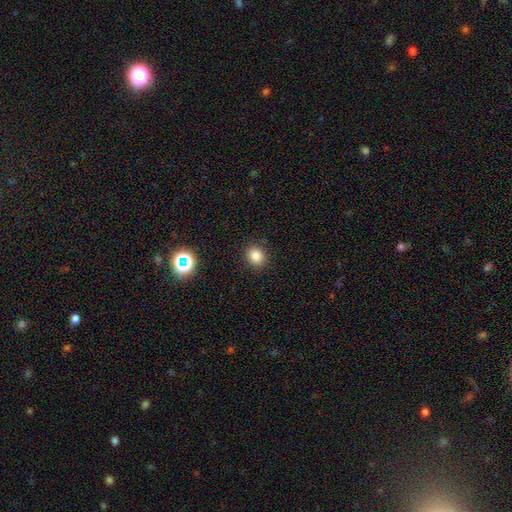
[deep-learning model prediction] smooth-or-featured: smooth: 81% | star or artifact: 14% | featured or disk: 6%
  how-rounded: round: 75% | in between: 24% | cigar-shaped: 1%
  merging: none: 89% | minor disturbance: 7% | major disturbance: 2% | merger: 1%